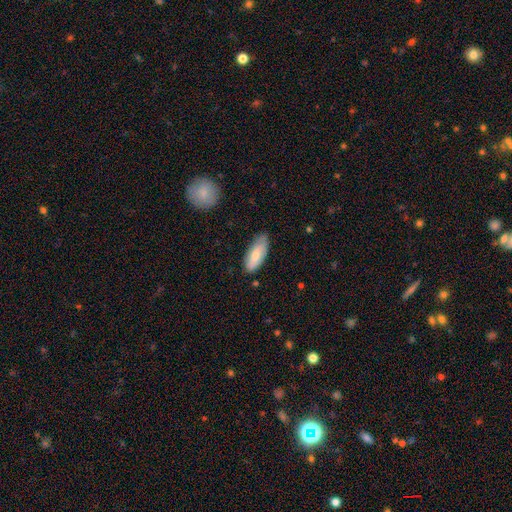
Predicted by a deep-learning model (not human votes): Smooth or featured: smooth — 76% (featured or disk — 19%)
How rounded: in between — 80% (cigar-shaped — 18%)
Merging: none — 71% (minor disturbance — 23%)